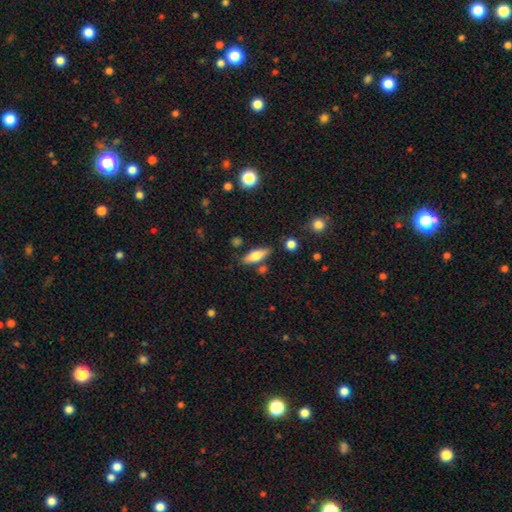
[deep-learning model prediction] This is likely a smooth galaxy (63%). How rounded: possibly in between (56%). Merging: likely none (78%).